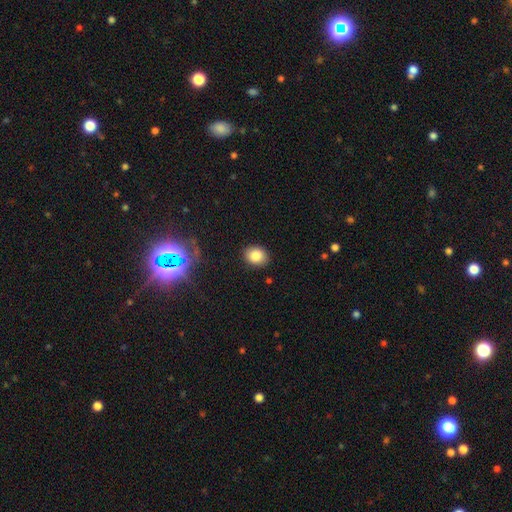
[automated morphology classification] Overall: smooth (85%). How rounded: in between (55%; round 44%). Merging: none (87%).